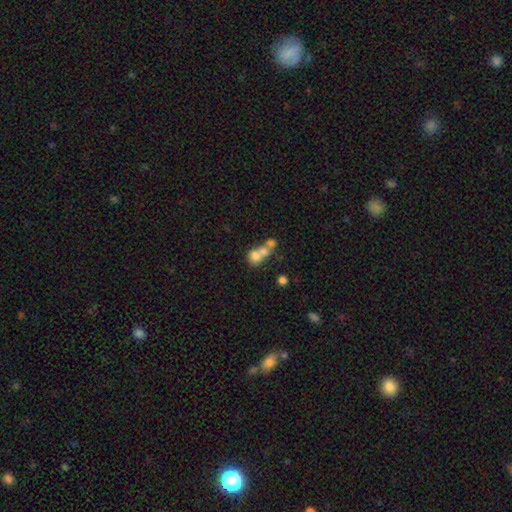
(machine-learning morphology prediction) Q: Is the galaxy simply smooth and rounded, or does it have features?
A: smooth — 68%.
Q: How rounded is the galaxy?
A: round — 71%.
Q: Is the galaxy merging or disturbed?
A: merger — 65%.